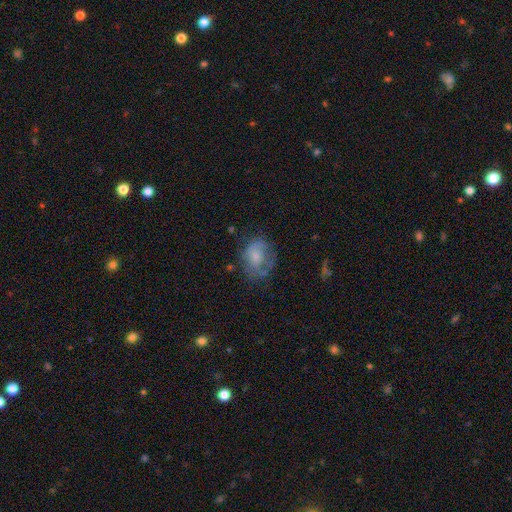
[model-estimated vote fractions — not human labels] Smooth or featured: smooth — 58% (featured or disk — 33%)
How rounded: in between — 63% (round — 36%)
Merging: none — 50% (minor disturbance — 28%)